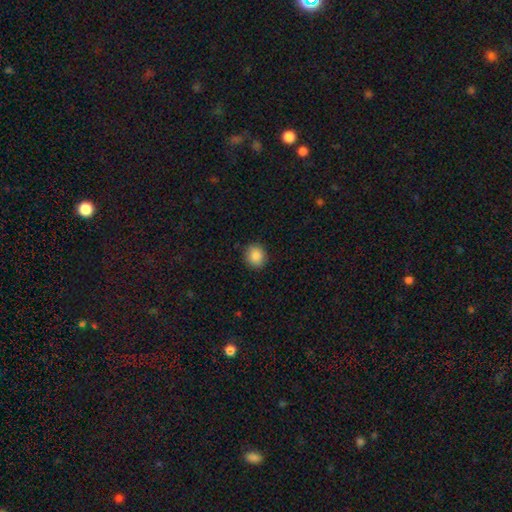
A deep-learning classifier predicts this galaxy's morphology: A smooth galaxy with no disk features (88%) that is round (82%).

Vote fractions:
- Smooth or featured? smooth: 88% / star or artifact: 9% / featured or disk: 4%
- How rounded? round: 82% / in between: 17% / cigar-shaped: 1%
- Merging? none: 89% / minor disturbance: 7% / major disturbance: 2% / merger: 1%